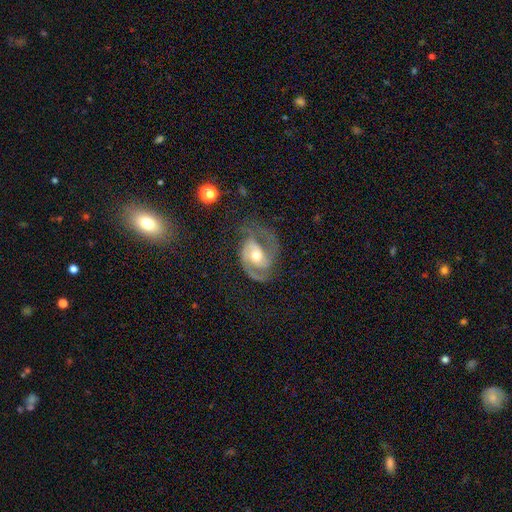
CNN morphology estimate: A featured or disk galaxy (86%) with no bar (53%), 2 (76%) medium (53%) spiral arms (96%) and a moderate central bulge (70%). Merging: none (52%).